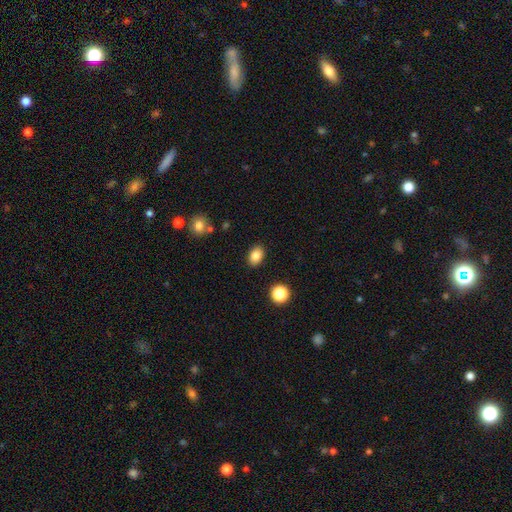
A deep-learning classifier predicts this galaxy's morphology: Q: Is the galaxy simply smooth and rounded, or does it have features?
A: smooth — 84%.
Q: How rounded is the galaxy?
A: in between — 78%.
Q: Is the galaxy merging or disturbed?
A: none — 87%.